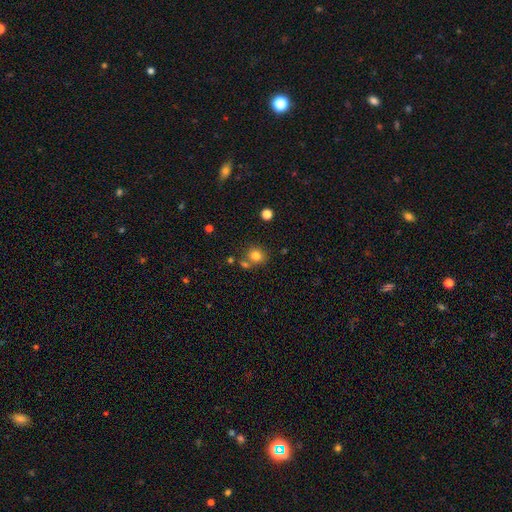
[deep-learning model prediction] smooth-or-featured: smooth: 80% | star or artifact: 13% | featured or disk: 7%
  how-rounded: round: 87% | in between: 12% | cigar-shaped: 1%
  merging: none: 70% | merger: 17% | minor disturbance: 10% | major disturbance: 3%